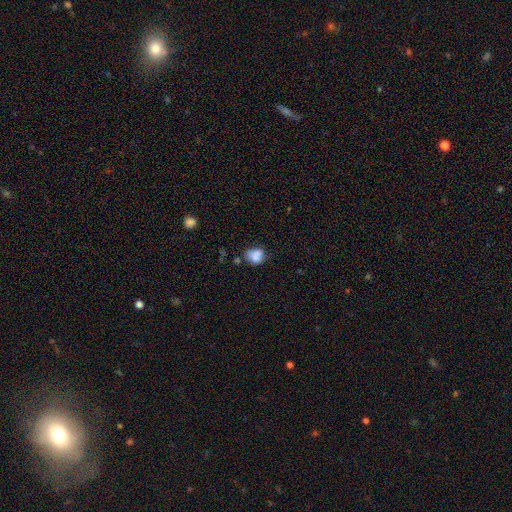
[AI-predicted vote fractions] This is likely a smooth galaxy (77%). How rounded: possibly round (53%). Merging: marginally none (43%).